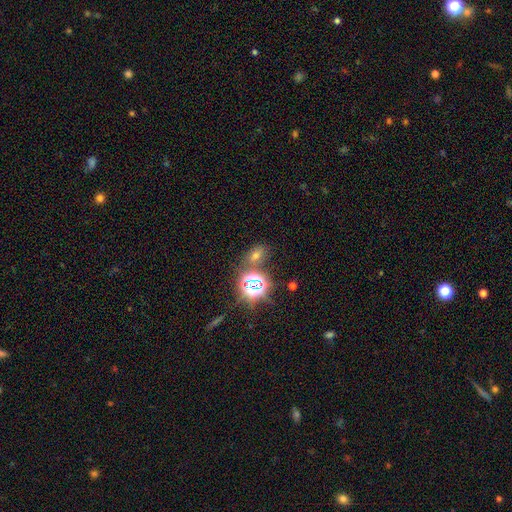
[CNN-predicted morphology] A star or artifact, not a galaxy (51%).